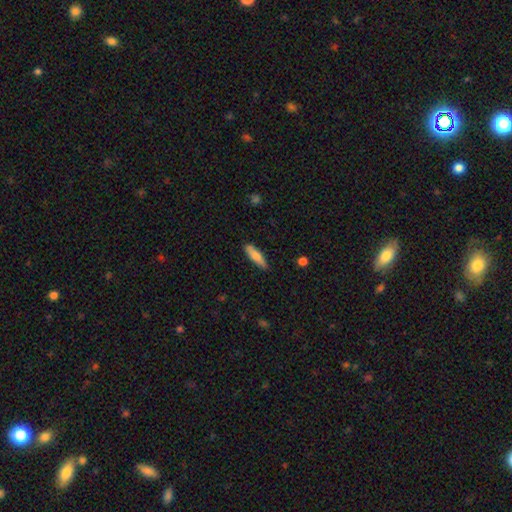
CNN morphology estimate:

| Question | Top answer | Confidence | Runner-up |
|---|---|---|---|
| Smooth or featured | smooth | 71% | featured or disk (23%) |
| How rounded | cigar-shaped | 68% | in between (30%) |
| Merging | none | 86% | minor disturbance (11%) |